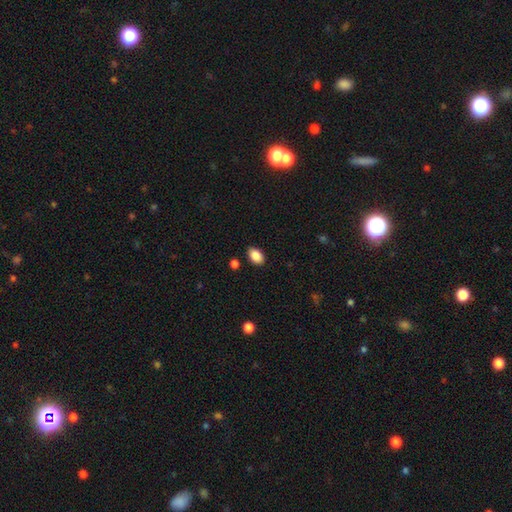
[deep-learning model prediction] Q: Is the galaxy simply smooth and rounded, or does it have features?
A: smooth — 88%.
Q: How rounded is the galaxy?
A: in between — 88%.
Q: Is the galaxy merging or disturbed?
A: none — 86%.